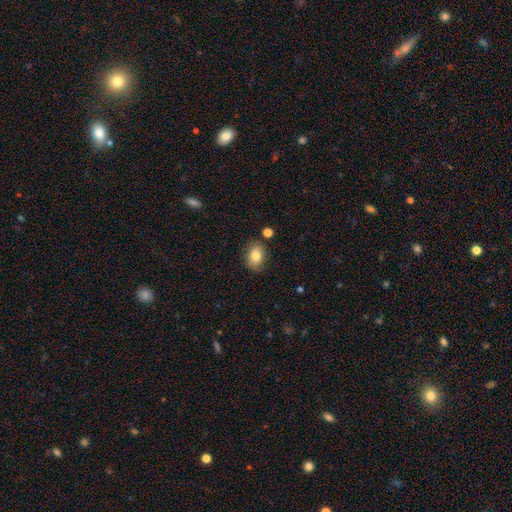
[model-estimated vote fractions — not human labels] Overall: smooth (82%). How rounded: in between (76%). Merging: none (80%).